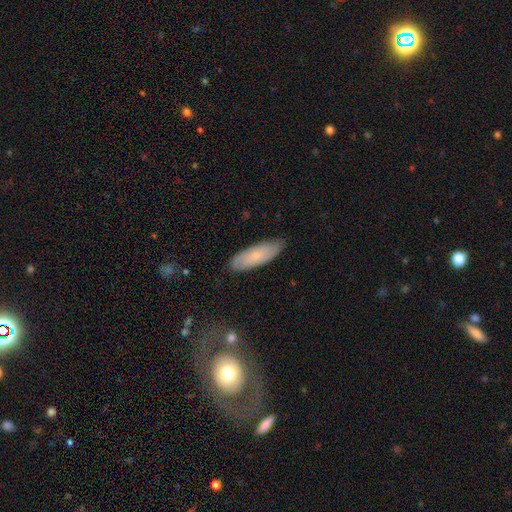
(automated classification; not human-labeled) This appears to be a smooth galaxy with no disk features (65%) that is in between round and cigar-shaped (58%). Merging: none (84%).